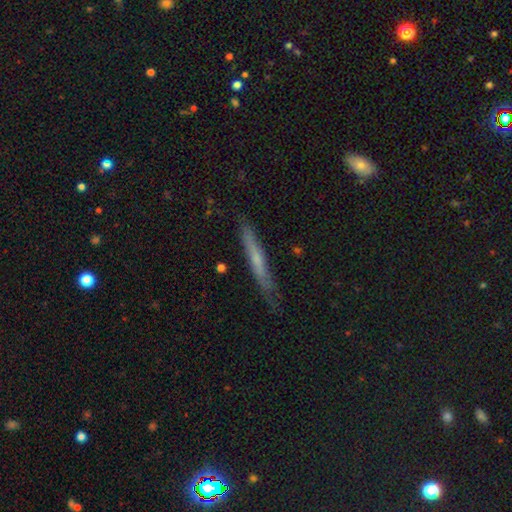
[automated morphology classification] Smooth or featured: smooth — 51% (featured or disk — 43%)
How rounded: cigar-shaped — 95% (in between — 4%)
Merging: none — 77% (minor disturbance — 18%)